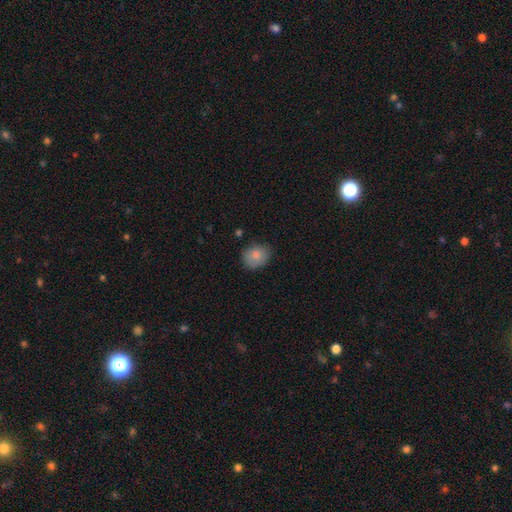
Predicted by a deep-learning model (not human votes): smooth 81%, featured or disk 10%, star or artifact 8%. Down the decision tree: how rounded — round (58%); merging — none (76%).